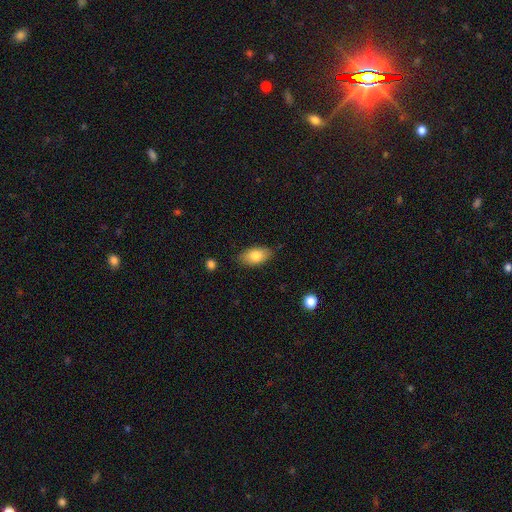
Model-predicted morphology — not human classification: This appears to be a smooth galaxy with no disk features (80%) that is in between round and cigar-shaped (92%). Merging: none (83%).